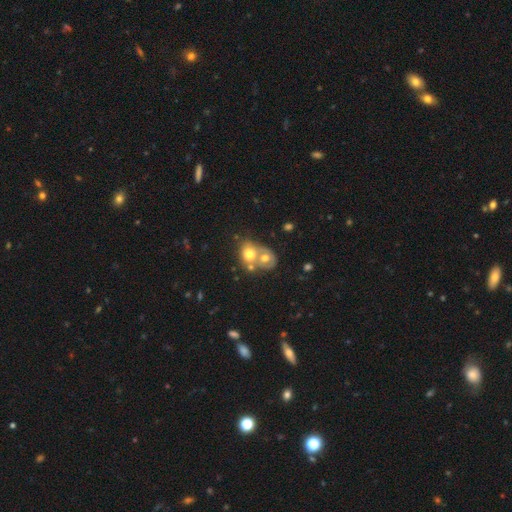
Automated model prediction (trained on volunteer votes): A smooth galaxy with no disk features (55%) that is round (66%). Merging: merger (67%).